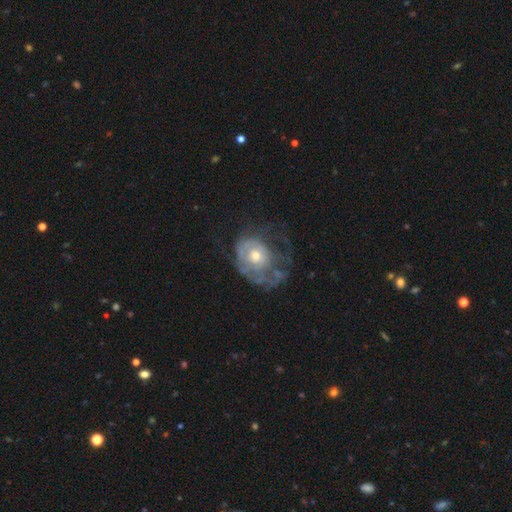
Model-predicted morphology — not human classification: This appears to be a featured or disk galaxy (64%) with no bar (85%), no spiral arms (56%) and a moderate central bulge (64%). Merging: major disturbance (41%).